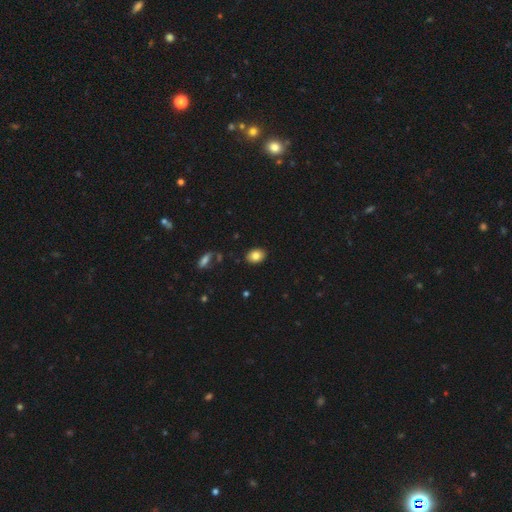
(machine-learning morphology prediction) smooth_or_featured: smooth (p=0.83) [alt: star or artifact p=0.09]
how_rounded: in between (p=0.72) [alt: round p=0.27]
merging: none (p=0.88) [alt: minor disturbance p=0.08]